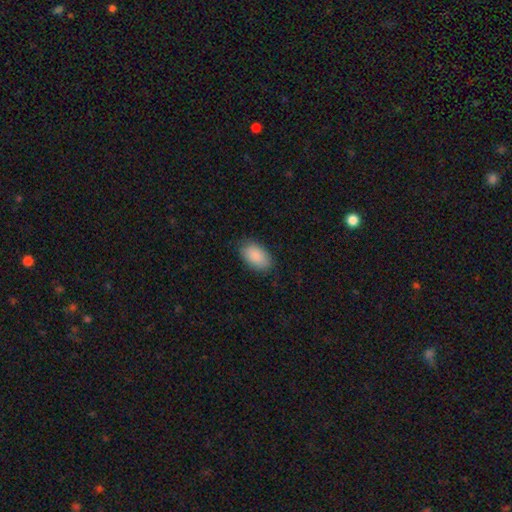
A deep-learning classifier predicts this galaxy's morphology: A smooth galaxy with no disk features (89%) that is in between round and cigar-shaped (94%). Merging: none (84%).